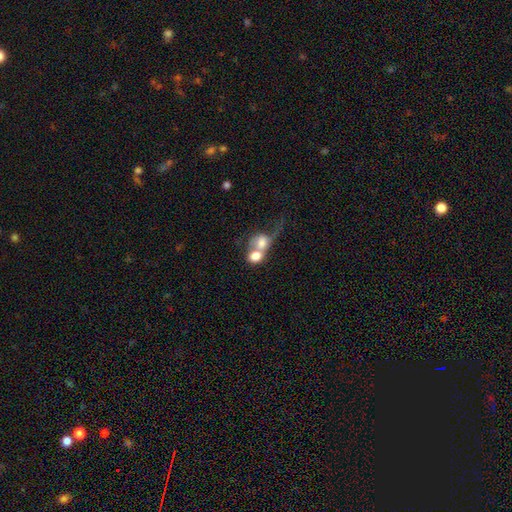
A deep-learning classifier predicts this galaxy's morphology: This appears to be a smooth galaxy with no disk features (68%) that is round (61%). Merging: merger (75%).